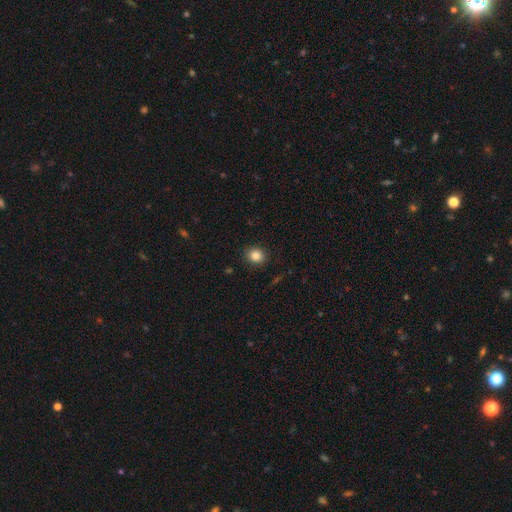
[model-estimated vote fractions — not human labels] smooth 84%, star or artifact 10%, featured or disk 6%. Down the decision tree: how rounded — round (77%); merging — none (90%).